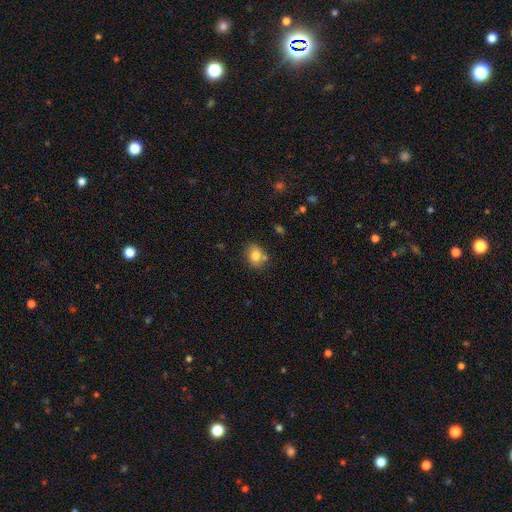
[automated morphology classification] smooth_or_featured: smooth (p=0.79) [alt: featured or disk p=0.11]
how_rounded: round (p=0.53) [alt: in between p=0.46]
merging: none (p=0.70) [alt: minor disturbance p=0.15]